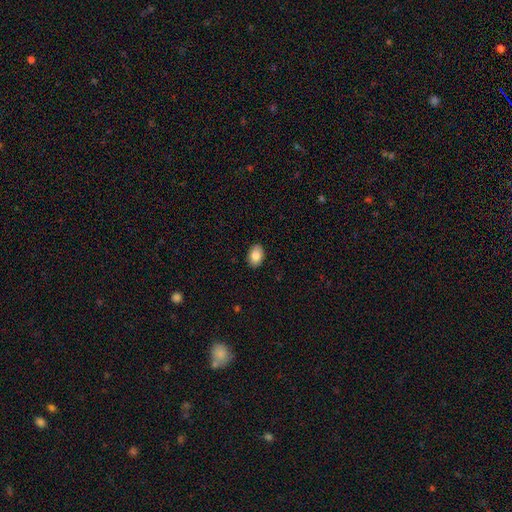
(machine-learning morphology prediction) smooth 83%, featured or disk 9%, star or artifact 7%. Down the decision tree: how rounded — in between (82%); merging — none (90%).